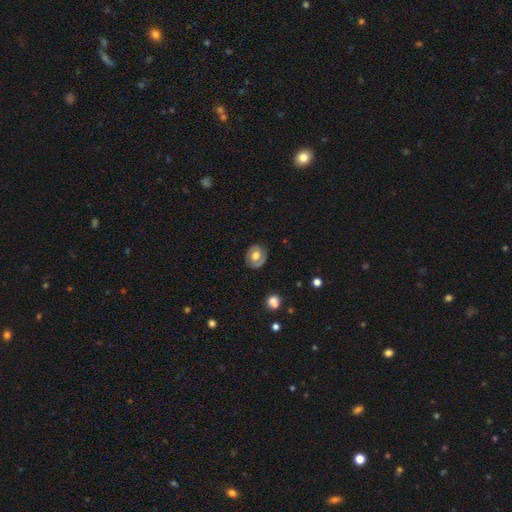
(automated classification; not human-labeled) Morphology: type=smooth (54%); roundness=round (64%); merging=none (77%).